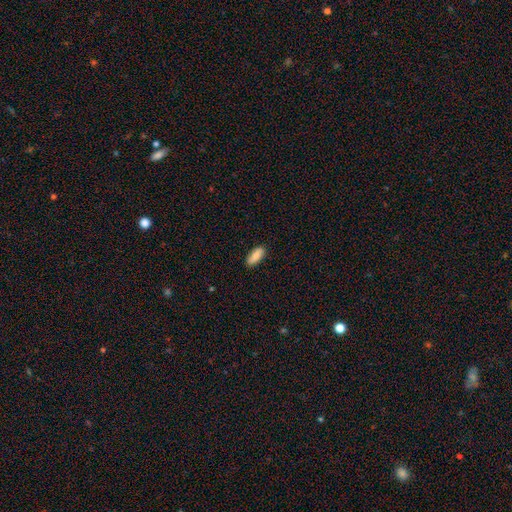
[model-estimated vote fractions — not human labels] This appears to be a smooth galaxy with no disk features (87%) that is in between round and cigar-shaped (75%). Merging: none (87%).